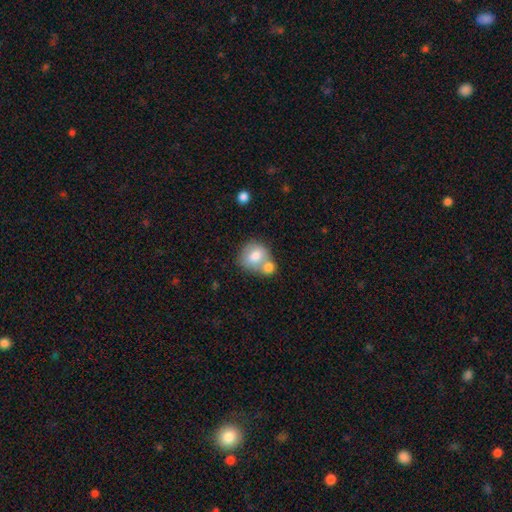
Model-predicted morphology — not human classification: This appears to be a smooth galaxy with no disk features (75%) that is round (68%). Merging: merger (52%).